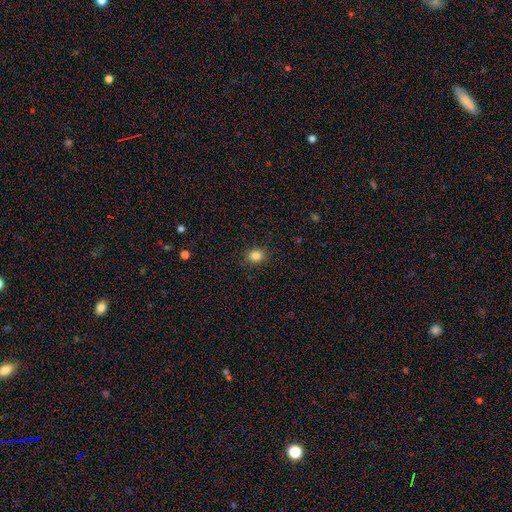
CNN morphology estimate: Smooth or featured? smooth (84%)
How rounded? round (63%)
Merging? none (88%)